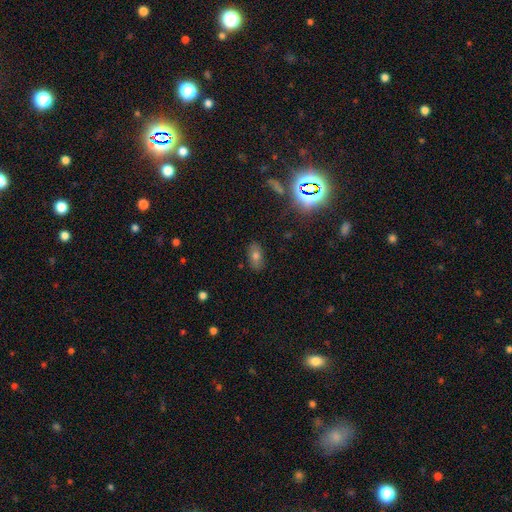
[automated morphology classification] smooth 65%, star or artifact 19%, featured or disk 16%. Down the decision tree: how rounded — in between (88%); merging — none (84%).